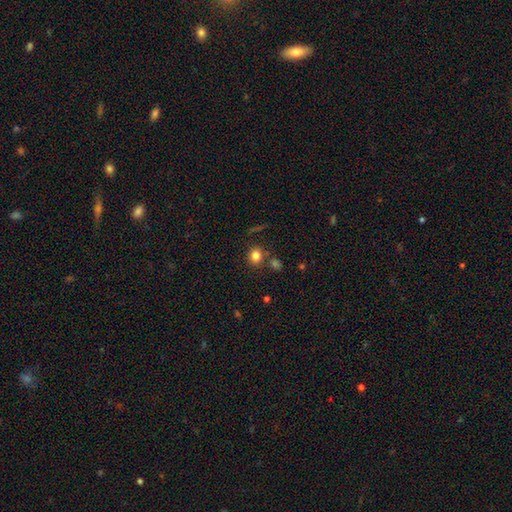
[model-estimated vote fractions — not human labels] The model was most divided on "how rounded": round: 78%, in between: 21%, cigar-shaped: 1%. More confident: smooth or featured — smooth (81%); merging — none (75%).